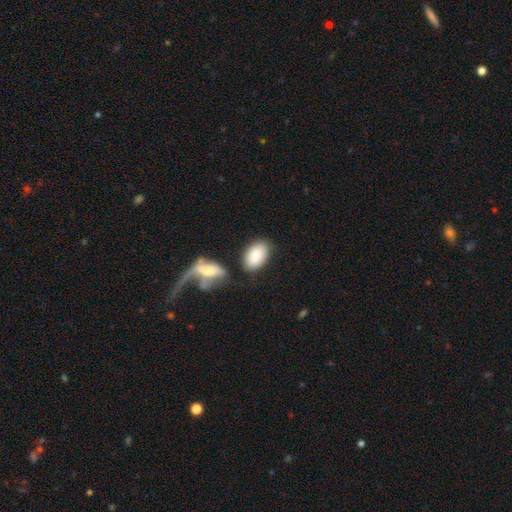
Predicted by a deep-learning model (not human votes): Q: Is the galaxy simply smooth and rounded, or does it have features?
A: smooth — 83%.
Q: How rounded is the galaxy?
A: in between — 91%.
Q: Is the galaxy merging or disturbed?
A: none — 69%.